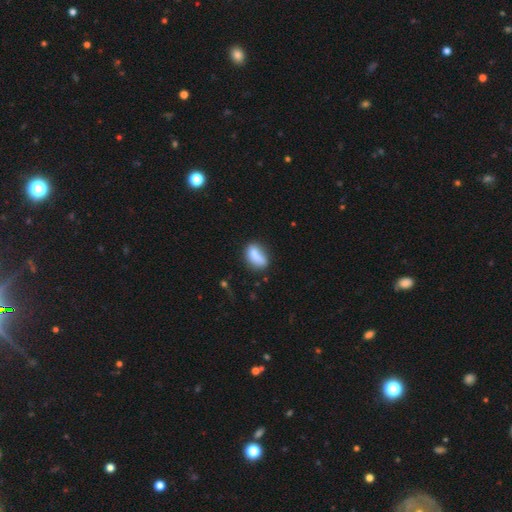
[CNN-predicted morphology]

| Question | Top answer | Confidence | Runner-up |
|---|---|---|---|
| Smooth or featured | smooth | 77% | featured or disk (14%) |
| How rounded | in between | 82% | cigar-shaped (9%) |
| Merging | none | 52% | minor disturbance (24%) |